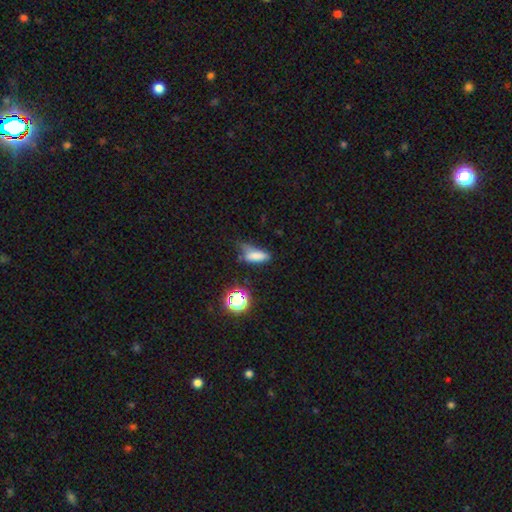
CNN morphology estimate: Smooth or featured: smooth — 74% (star or artifact — 15%)
How rounded: in between — 65% (cigar-shaped — 29%)
Merging: none — 41% (minor disturbance — 36%)